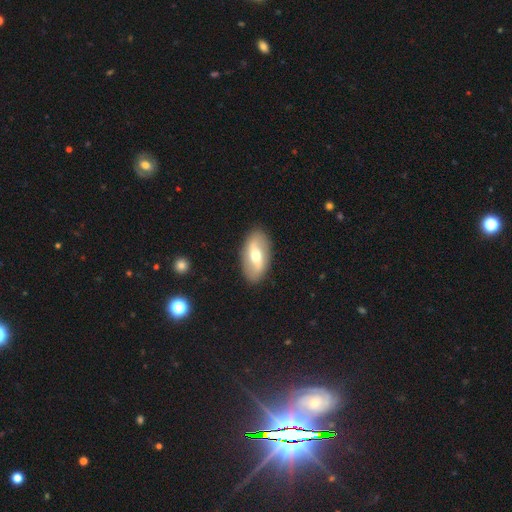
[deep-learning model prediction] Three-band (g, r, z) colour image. It shows a featured or disk galaxy (58%) with a strong bar (42%), spiral arms (52%) and a moderate central bulge (72%). Merging: none (88%).